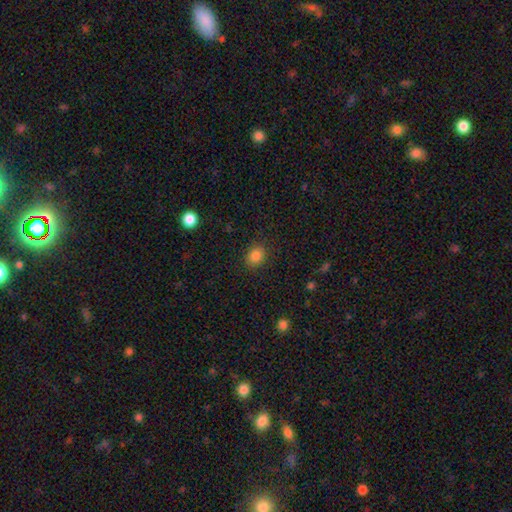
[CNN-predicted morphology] Smooth or featured?
  - smooth: 84% *
  - star or artifact: 11%
  - featured or disk: 5%
How rounded?
  - round: 56% *
  - in between: 43%
  - cigar-shaped: 1%
Merging?
  - none: 87% *
  - minor disturbance: 9%
  - major disturbance: 3%
  - merger: 1%